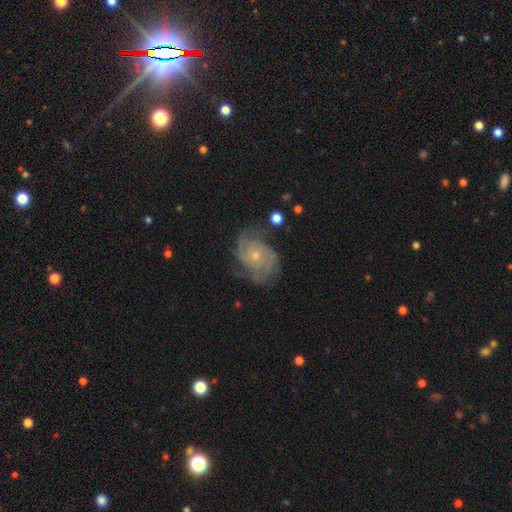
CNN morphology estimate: smooth-or-featured: featured or disk: 77% | smooth: 16% | star or artifact: 7%
  disk-edge-on: no: 97% | yes: 3%
    bar: no: 80% | weak: 18% | strong: 3%
    has-spiral-arms: yes: 90% | no: 10%
      spiral-winding: tight: 49% | medium: 37% | loose: 14%
      spiral-arm-count: 2: 35% | can't tell: 30% | 3: 18% | 4: 7% | 1: 5% | more than 4: 5%
    bulge-size: small: 66% | moderate: 30% | none: 2% | large: 1% | dominant: 1%
  merging: none: 61% | minor disturbance: 24% | major disturbance: 14% | merger: 2%